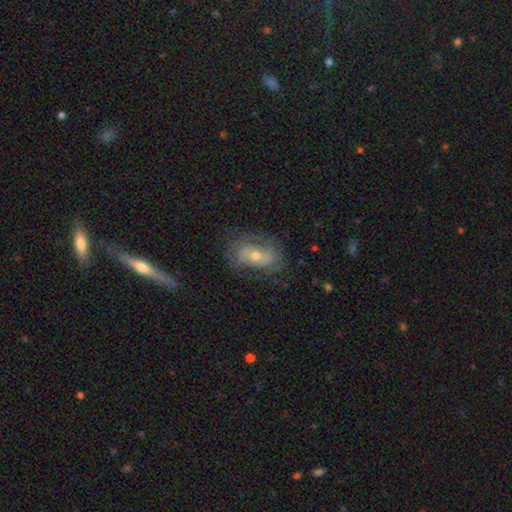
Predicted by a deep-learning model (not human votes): Smooth or featured: featured or disk — 70% (smooth — 22%)
Edge-on disk: no — 94% (yes — 6%)
Bar: no — 62% (weak — 27%)
Spiral arms: yes — 79% (no — 21%)
Spiral winding: tight — 43% (medium — 38%)
Spiral arm count: 2 — 52% (can't tell — 30%)
Bulge size: moderate — 55% (small — 40%)
Merging: none — 64% (minor disturbance — 20%)